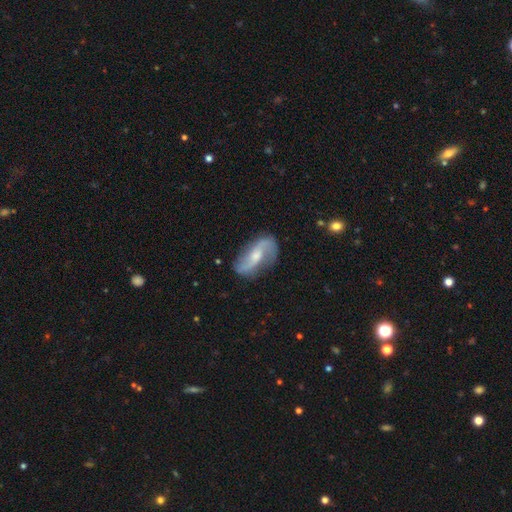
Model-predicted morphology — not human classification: Smooth or featured?
  - featured or disk: 83% *
  - smooth: 12%
  - star or artifact: 6%
Edge-on disk?
  - no: 95% *
  - yes: 5%
Bar?
  - weak: 43% *
  - no: 36%
  - strong: 21%
Spiral arms?
  - yes: 95% *
  - no: 5%
Spiral winding?
  - loose: 67% *
  - medium: 25%
  - tight: 8%
Spiral arm count?
  - 2: 92% *
  - can't tell: 3%
  - 1: 2%
  - 3: 1%
  - 4: 1%
  - more than 4: 1%
Bulge size?
  - moderate: 49% *
  - small: 40%
  - none: 5%
  - large: 5%
  - dominant: 1%
Merging?
  - none: 78% *
  - minor disturbance: 15%
  - major disturbance: 5%
  - merger: 2%